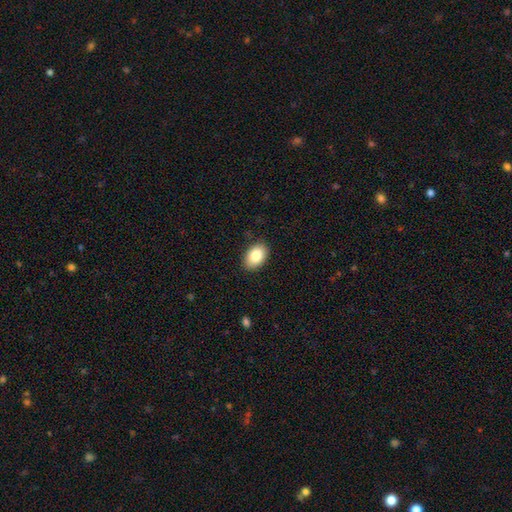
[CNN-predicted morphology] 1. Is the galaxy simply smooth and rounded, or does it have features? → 85% smooth, 8% featured or disk, 7% star or artifact.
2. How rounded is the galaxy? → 90% in between, 9% round, 1% cigar-shaped.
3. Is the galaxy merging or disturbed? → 88% none, 9% minor disturbance, 2% major disturbance, 1% merger.